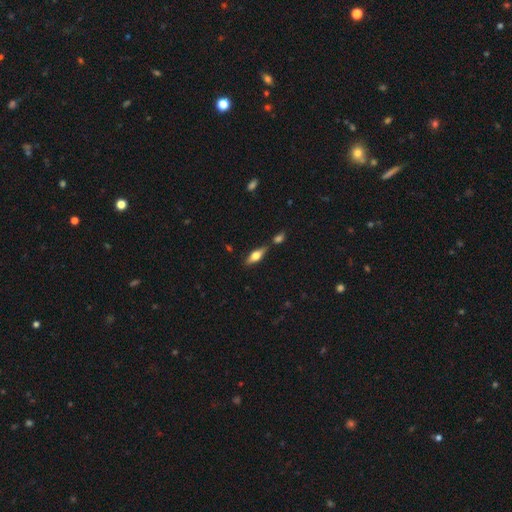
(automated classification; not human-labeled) Smooth or featured?
  - smooth: 48% *
  - featured or disk: 45%
  - star or artifact: 7%
Merging?
  - none: 70% *
  - merger: 14%
  - minor disturbance: 13%
  - major disturbance: 4%